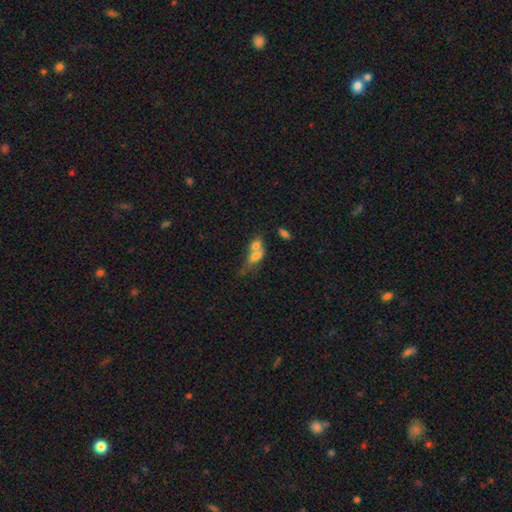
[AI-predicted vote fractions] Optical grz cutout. It shows a smooth galaxy with no disk features (64%) that is in between round and cigar-shaped (69%). Merging: merger (65%).